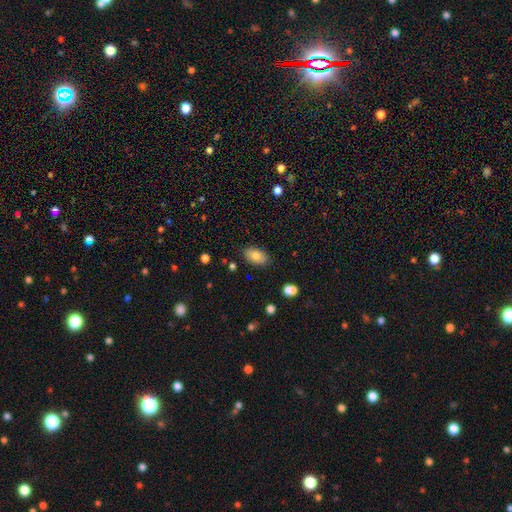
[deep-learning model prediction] A smooth galaxy with no disk features (81%) that is in between round and cigar-shaped (92%).

Vote fractions:
- Smooth or featured? smooth: 81% / featured or disk: 11% / star or artifact: 8%
- How rounded? in between: 92% / round: 6% / cigar-shaped: 2%
- Merging? none: 85% / minor disturbance: 11% / major disturbance: 2% / merger: 2%